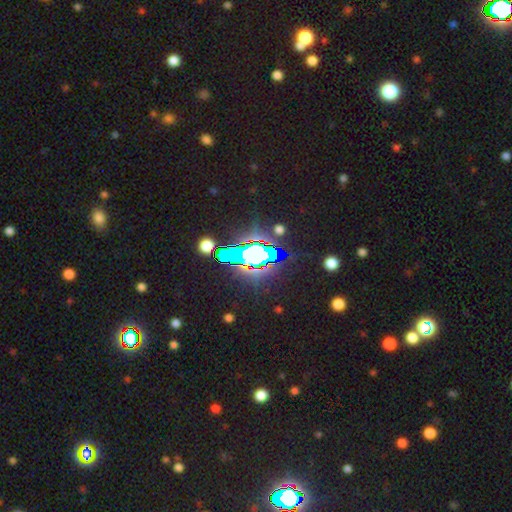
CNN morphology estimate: type=star or artifact (79%).